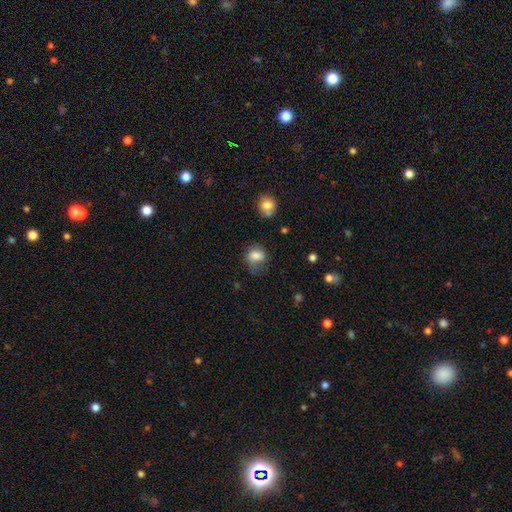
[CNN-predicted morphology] Smooth or featured: smooth — 74% (featured or disk — 16%)
How rounded: round — 50% (in between — 49%)
Merging: none — 50% (minor disturbance — 29%)